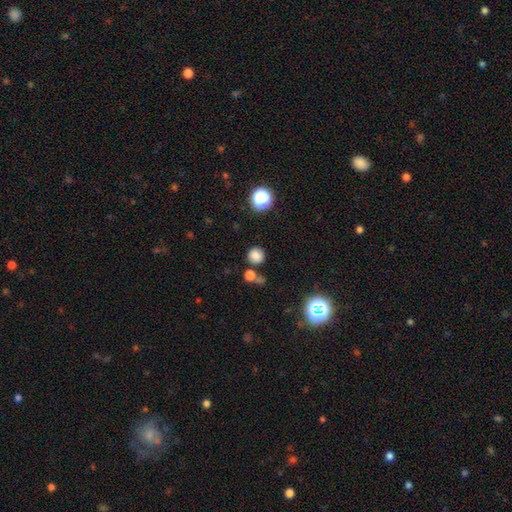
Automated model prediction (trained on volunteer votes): Smooth or featured? smooth (80%)
How rounded? round (91%)
Merging? none (78%)